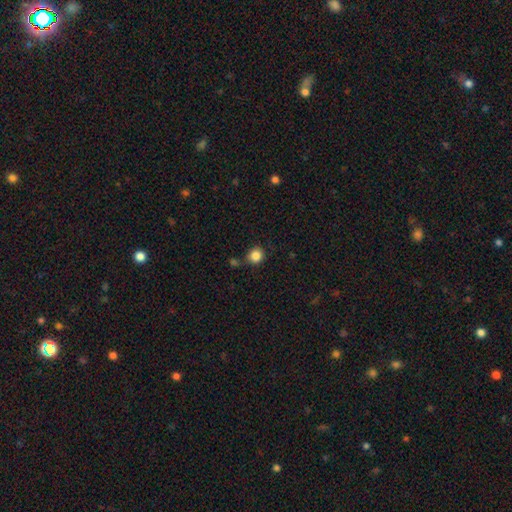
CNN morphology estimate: A smooth galaxy with no disk features (86%) that is round (87%). Merging: none (74%).